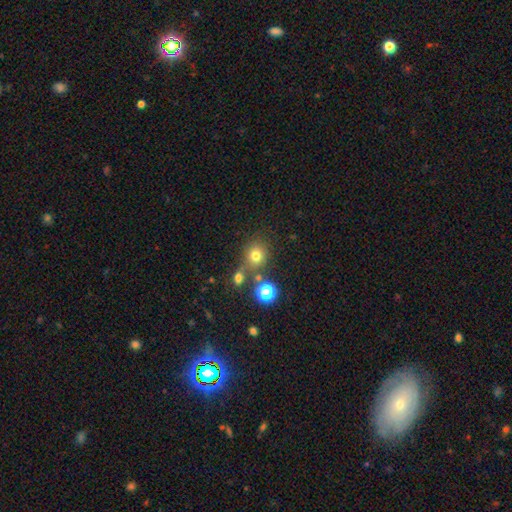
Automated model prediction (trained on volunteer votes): Q: Smooth or featured?
A: smooth (74%); runner-up: star or artifact (18%)
Q: How rounded?
A: round (85%); runner-up: in between (14%)
Q: Merging?
A: none (67%); runner-up: merger (18%)